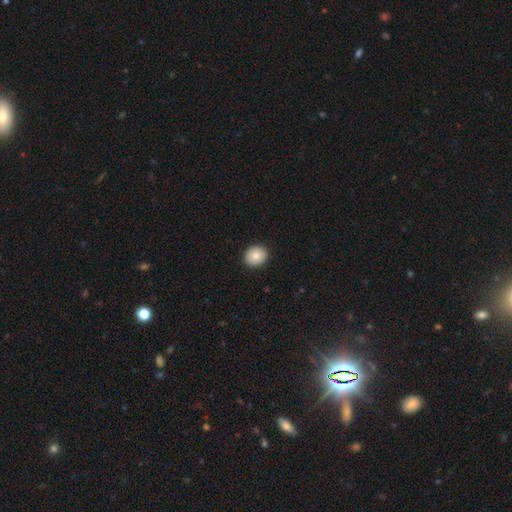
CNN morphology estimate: This appears to be a smooth galaxy with no disk features (83%) that is round (80%). Merging: none (91%).